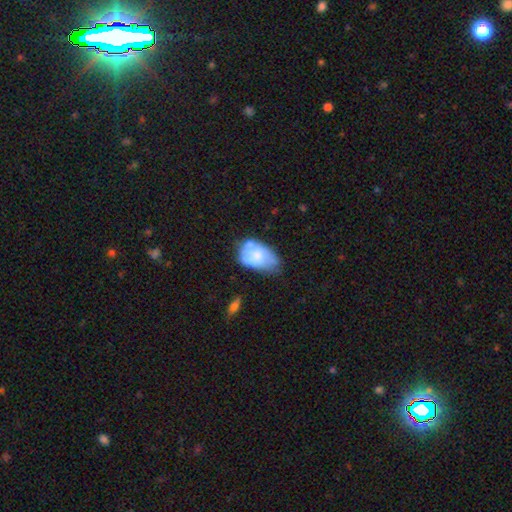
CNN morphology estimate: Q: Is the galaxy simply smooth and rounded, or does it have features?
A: smooth — 54%.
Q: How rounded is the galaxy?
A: in between — 88%.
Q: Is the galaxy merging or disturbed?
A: none — 31%.